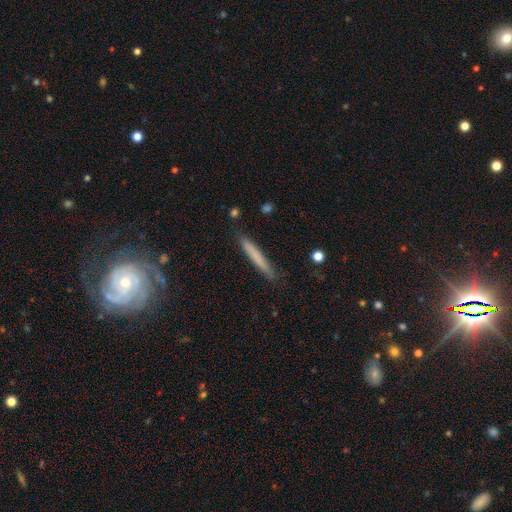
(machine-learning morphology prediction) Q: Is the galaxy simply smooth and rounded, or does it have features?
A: smooth — 69%.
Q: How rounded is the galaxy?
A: cigar-shaped — 96%.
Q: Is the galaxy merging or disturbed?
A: none — 87%.